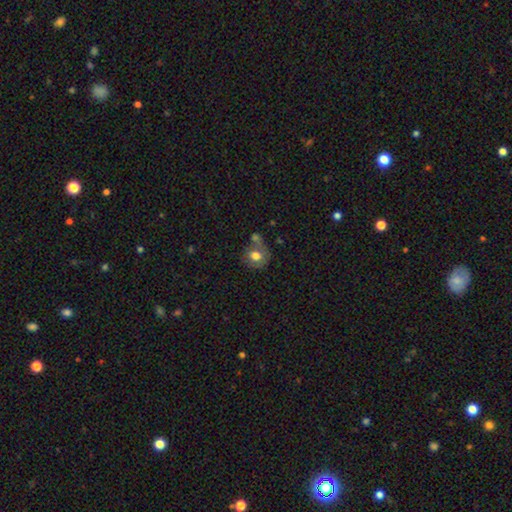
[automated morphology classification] Smooth or featured: smooth — 70% (featured or disk — 21%)
How rounded: round — 79% (in between — 20%)
Merging: none — 48% (merger — 25%)